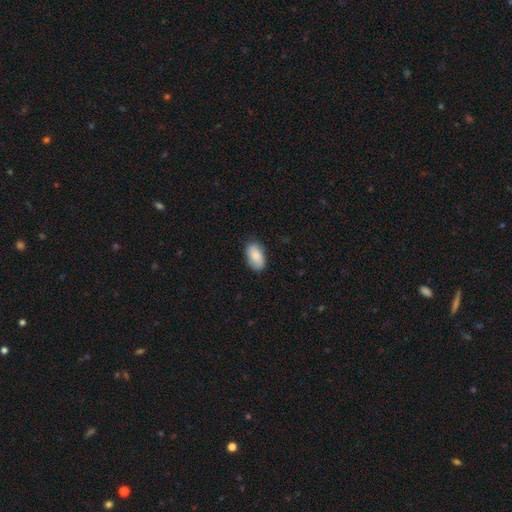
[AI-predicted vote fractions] Morphology: type=smooth (83%); roundness=in between (93%); merging=none (81%).